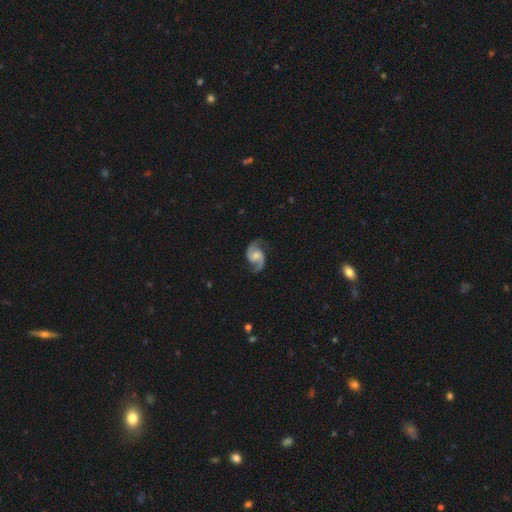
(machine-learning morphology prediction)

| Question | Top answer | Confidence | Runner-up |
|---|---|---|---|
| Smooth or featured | featured or disk | 90% | smooth (5%) |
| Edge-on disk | no | 98% | yes (2%) |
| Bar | no | 46% | weak (42%) |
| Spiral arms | yes | 98% | no (2%) |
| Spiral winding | medium | 50% | loose (38%) |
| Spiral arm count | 2 | 94% | can't tell (2%) |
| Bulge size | moderate | 47% | small (40%) |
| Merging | none | 80% | minor disturbance (14%) |